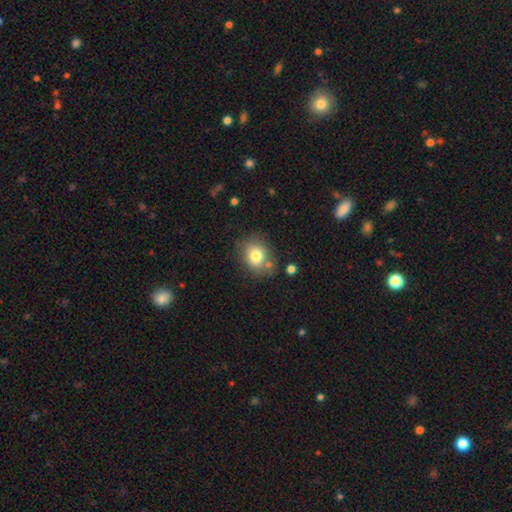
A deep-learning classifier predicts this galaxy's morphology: smooth-or-featured: smooth: 78% | star or artifact: 11% | featured or disk: 11%
  how-rounded: round: 57% | in between: 42% | cigar-shaped: 1%
  merging: none: 73% | minor disturbance: 15% | merger: 7% | major disturbance: 5%